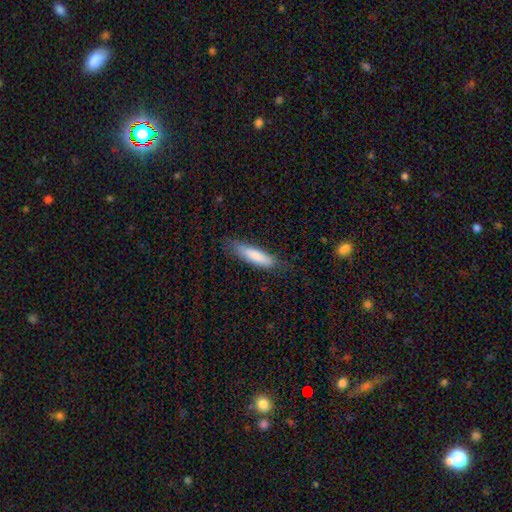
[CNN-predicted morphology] smooth 81%, featured or disk 14%, star or artifact 6%. Down the decision tree: how rounded — cigar-shaped (70%); merging — none (72%).